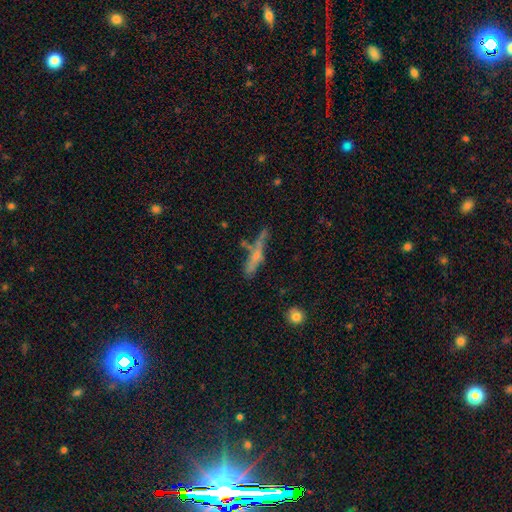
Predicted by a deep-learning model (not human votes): The model was most divided on "smooth or featured": featured or disk: 49%, smooth: 40%, star or artifact: 10%. More confident: merging — none (53%).